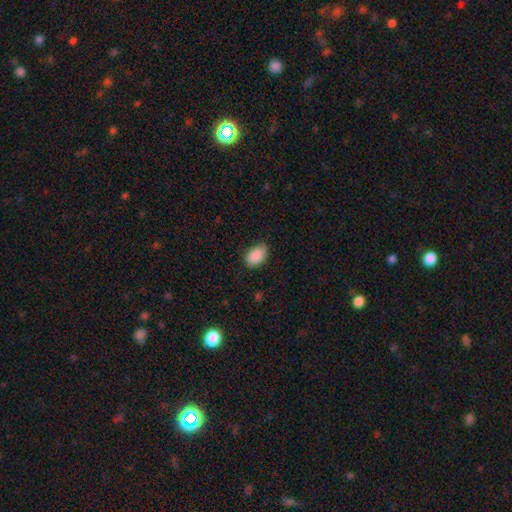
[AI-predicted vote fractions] Smooth or featured? smooth (89%)
How rounded? in between (89%)
Merging? none (77%)